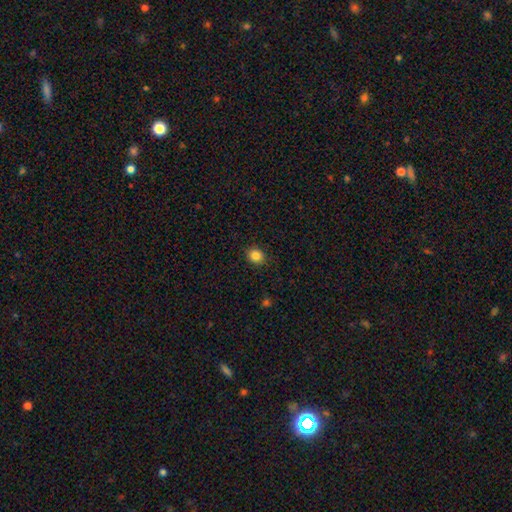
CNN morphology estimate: smooth_or_featured: smooth (p=0.84) [alt: star or artifact p=0.11]
how_rounded: round (p=0.72) [alt: in between p=0.27]
merging: none (p=0.91) [alt: minor disturbance p=0.07]